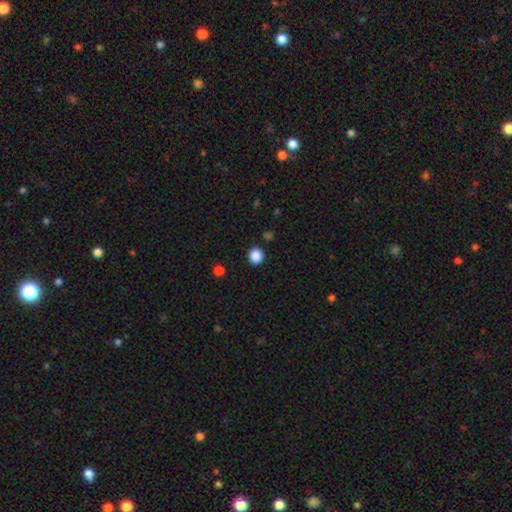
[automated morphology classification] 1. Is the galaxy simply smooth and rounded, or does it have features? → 87% smooth, 10% star or artifact, 2% featured or disk.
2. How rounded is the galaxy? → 89% round, 10% in between, 1% cigar-shaped.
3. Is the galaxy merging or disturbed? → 91% none, 6% minor disturbance, 2% major disturbance, 2% merger.